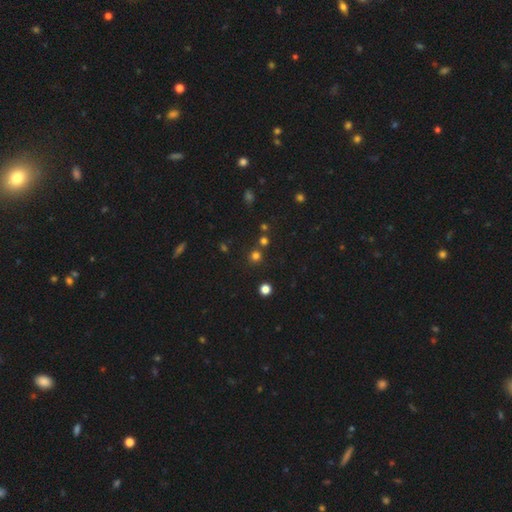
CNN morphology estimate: This is likely a smooth galaxy (70%). How rounded: clearly round (91%). Merging: likely none (76%).